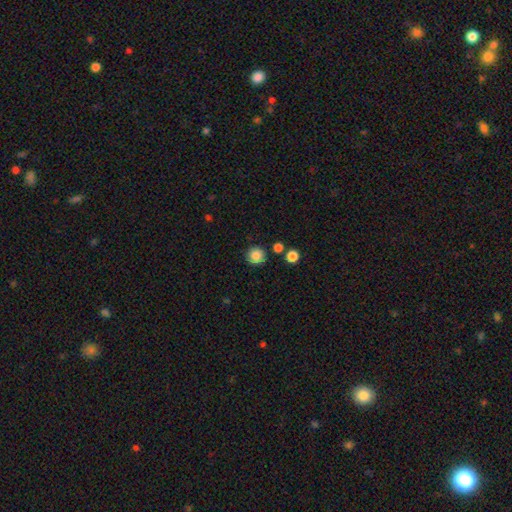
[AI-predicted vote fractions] This is clearly a smooth galaxy (85%). How rounded: clearly round (94%). Merging: clearly none (87%).